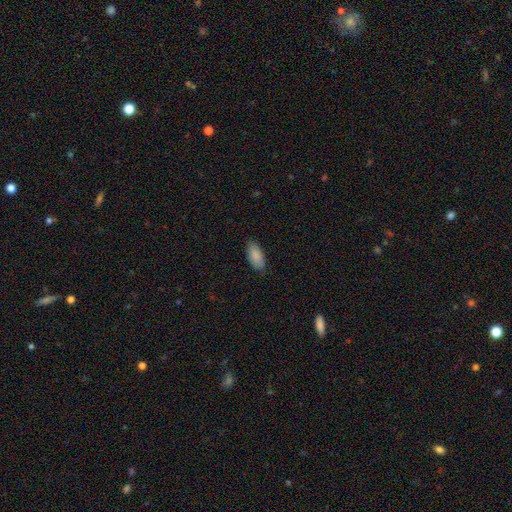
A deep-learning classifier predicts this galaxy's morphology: This appears to be a smooth galaxy with no disk features (88%) that is in between round and cigar-shaped (91%). Merging: none (83%).